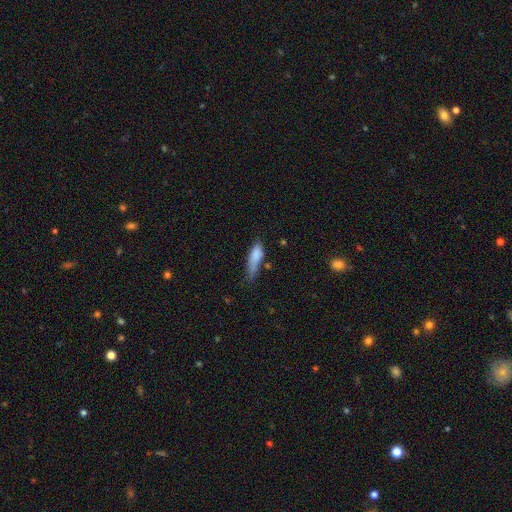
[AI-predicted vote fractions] Smooth or featured: smooth — 80% (featured or disk — 12%)
How rounded: in between — 52% (cigar-shaped — 45%)
Merging: minor disturbance — 39% (none — 36%)